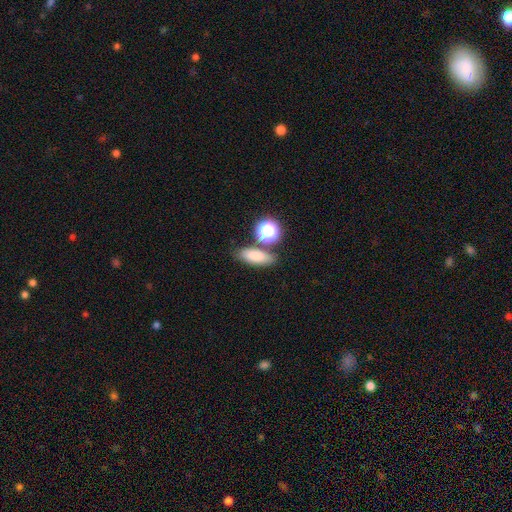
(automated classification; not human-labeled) smooth-or-featured: smooth: 77% | star or artifact: 12% | featured or disk: 11%
  how-rounded: in between: 67% | cigar-shaped: 18% | round: 15%
  merging: none: 70% | merger: 14% | minor disturbance: 12% | major disturbance: 4%